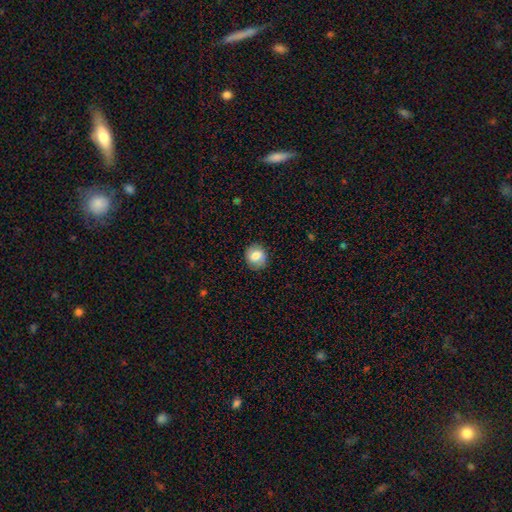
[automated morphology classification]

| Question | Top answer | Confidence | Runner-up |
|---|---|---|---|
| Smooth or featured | smooth | 77% | featured or disk (15%) |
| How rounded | round | 80% | in between (19%) |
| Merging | none | 85% | minor disturbance (11%) |